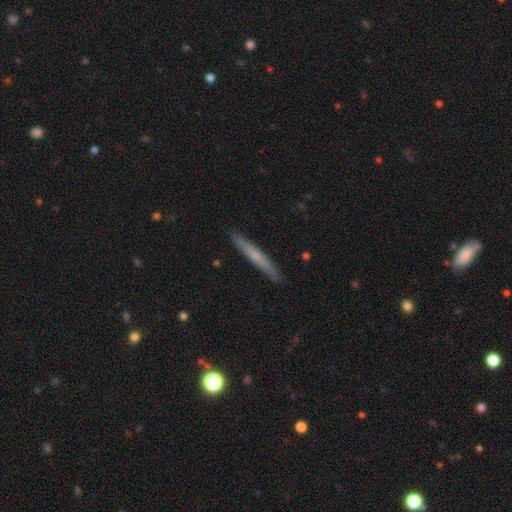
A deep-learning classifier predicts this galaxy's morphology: type=smooth (54%); roundness=cigar-shaped (96%); merging=none (91%).